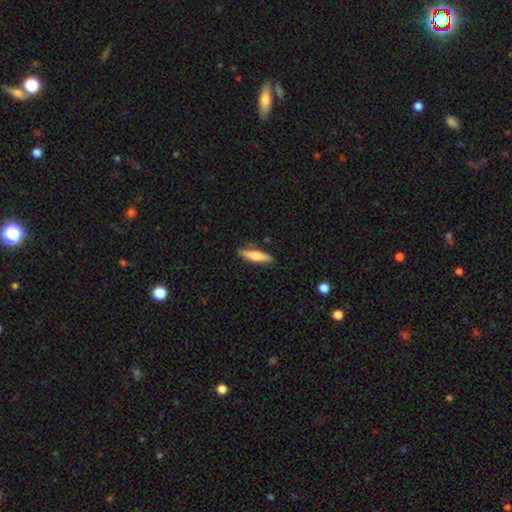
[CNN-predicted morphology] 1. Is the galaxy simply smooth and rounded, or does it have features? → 70% smooth, 25% featured or disk, 6% star or artifact.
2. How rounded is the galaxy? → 74% cigar-shaped, 24% in between, 2% round.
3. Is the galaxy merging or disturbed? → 84% none, 12% minor disturbance, 2% major disturbance, 2% merger.